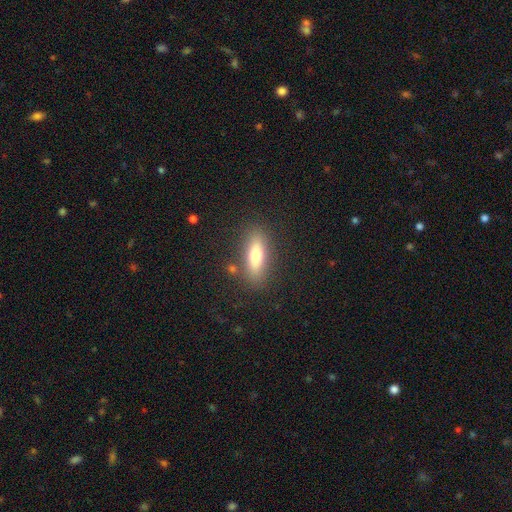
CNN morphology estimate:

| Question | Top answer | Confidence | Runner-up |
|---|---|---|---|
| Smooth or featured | smooth | 65% | featured or disk (27%) |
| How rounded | in between | 52% | cigar-shaped (45%) |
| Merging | none | 83% | minor disturbance (10%) |